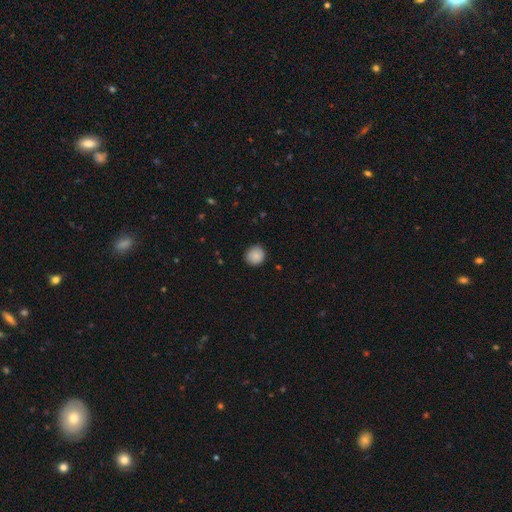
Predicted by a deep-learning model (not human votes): Smooth or featured? Predicted: smooth (p=0.88). How rounded? Predicted: round (p=0.91). Merging? Predicted: none (p=0.89).